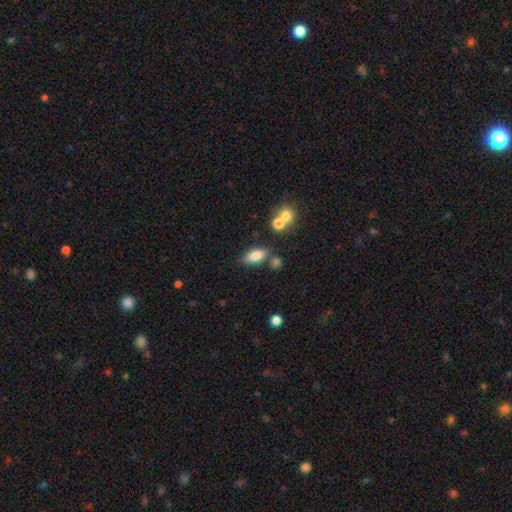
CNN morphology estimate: A smooth galaxy with no disk features (81%) that is in between round and cigar-shaped (83%). Merging: none (67%).